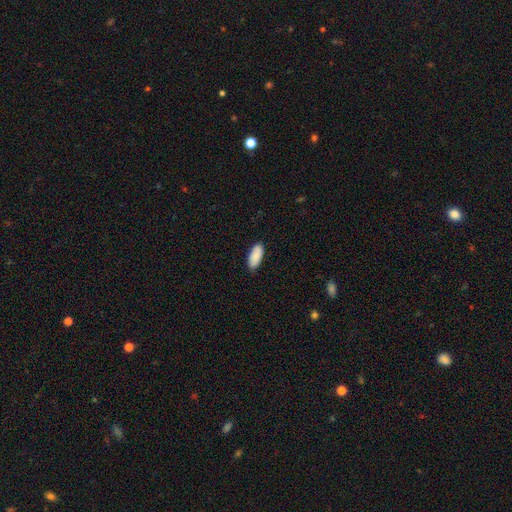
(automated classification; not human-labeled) smooth_or_featured: smooth (p=0.89) [alt: star or artifact p=0.06]
how_rounded: in between (p=0.87) [alt: cigar-shaped p=0.11]
merging: none (p=0.86) [alt: minor disturbance p=0.11]